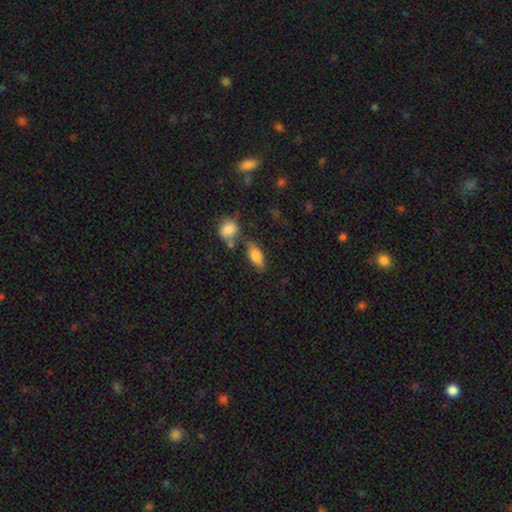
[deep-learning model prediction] A smooth galaxy with no disk features (79%) that is in between round and cigar-shaped (81%). Merging: none (65%).